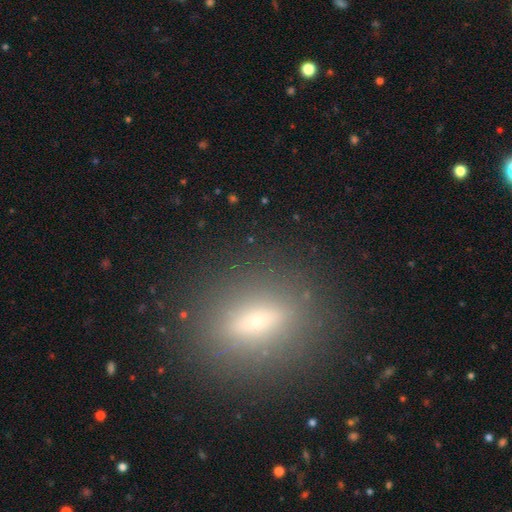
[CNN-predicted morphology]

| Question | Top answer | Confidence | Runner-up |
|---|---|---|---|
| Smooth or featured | smooth | 60% | featured or disk (22%) |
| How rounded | in between | 60% | cigar-shaped (21%) |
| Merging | none | 88% | minor disturbance (7%) |